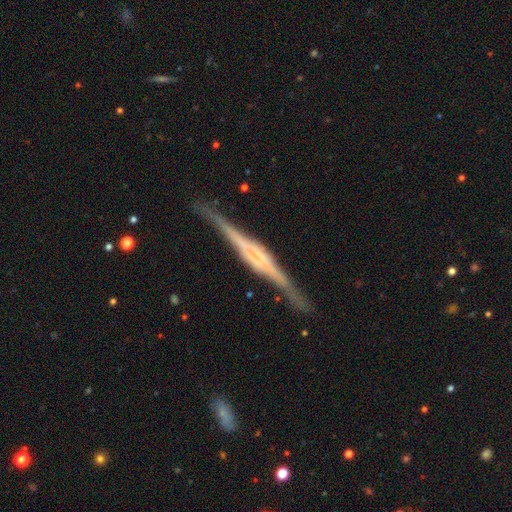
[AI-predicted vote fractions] Smooth or featured?
  - featured or disk: 86% *
  - smooth: 8%
  - star or artifact: 6%
Edge-on disk?
  - yes: 98% *
  - no: 2%
Edge-on bulge?
  - boxy: 65% *
  - rounded: 25%
  - none: 10%
Merging?
  - none: 84% *
  - minor disturbance: 11%
  - major disturbance: 3%
  - merger: 2%